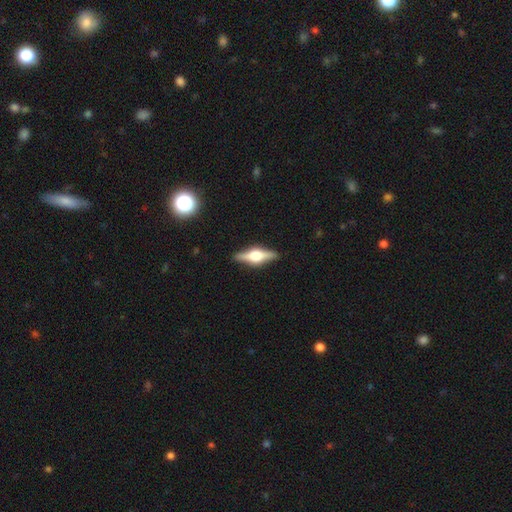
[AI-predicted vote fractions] This appears to be a featured or disk galaxy (75%) viewed edge-on (97%) with a rounded central bulge (94%). Merging: none (90%).